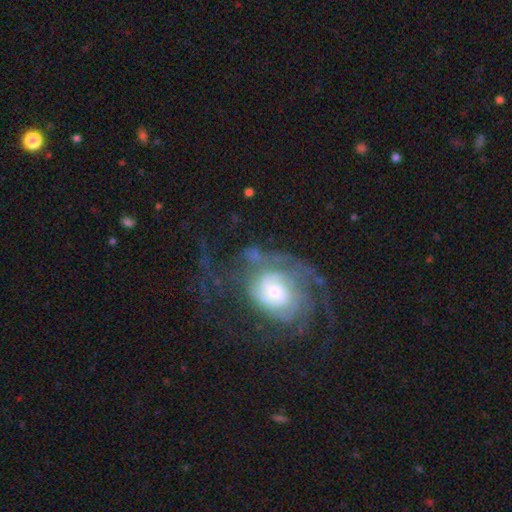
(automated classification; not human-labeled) This appears to be a featured or disk galaxy (78%) with no bar (72%), tight (49%) spiral arms (87%) and a moderate central bulge (46%). Merging: none (44%).